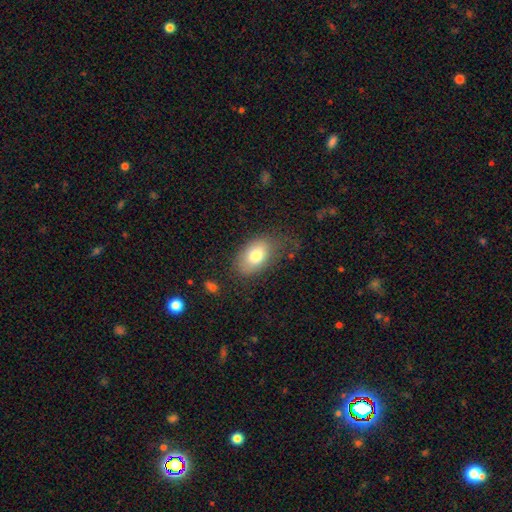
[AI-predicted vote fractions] Overall: smooth (77%). How rounded: in between (88%). Merging: none (64%).